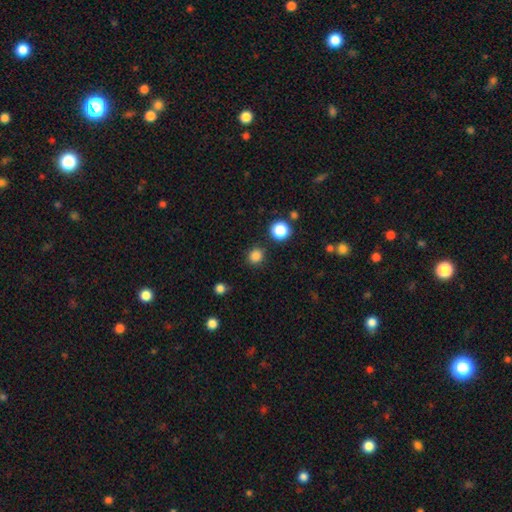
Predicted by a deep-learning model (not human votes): Morphology: type=smooth (83%); roundness=round (89%); merging=none (88%).